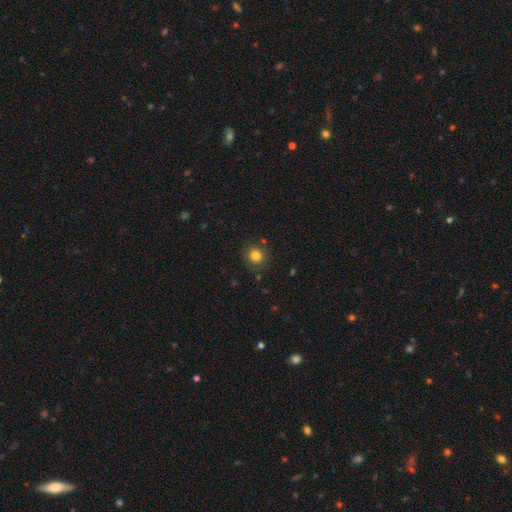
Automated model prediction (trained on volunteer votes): A smooth galaxy with no disk features (80%) that is round (89%).

Vote fractions:
- Smooth or featured? smooth: 80% / star or artifact: 13% / featured or disk: 7%
- How rounded? round: 89% / in between: 10% / cigar-shaped: 1%
- Merging? none: 85% / minor disturbance: 9% / merger: 3% / major disturbance: 3%